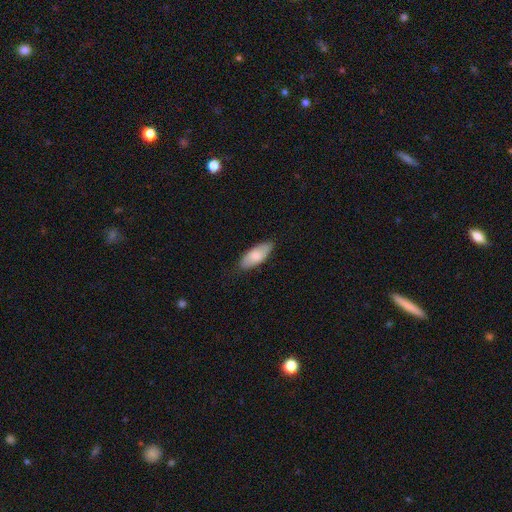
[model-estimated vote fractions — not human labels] smooth_or_featured: smooth (p=0.77) [alt: featured or disk p=0.18]
how_rounded: in between (p=0.84) [alt: cigar-shaped p=0.14]
merging: none (p=0.82) [alt: minor disturbance p=0.15]